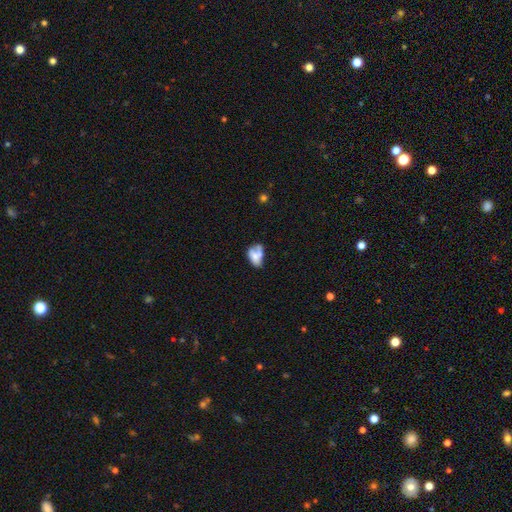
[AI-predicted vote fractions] This is possibly a smooth galaxy (57%). How rounded: clearly in between (83%). Merging: marginally merger (33%).